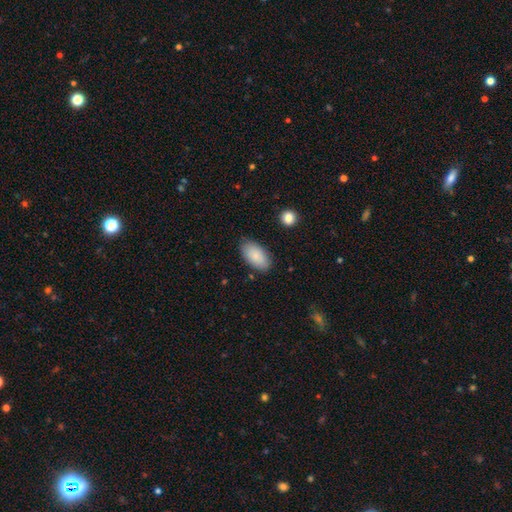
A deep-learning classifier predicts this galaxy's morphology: A smooth galaxy with no disk features (86%) that is in between round and cigar-shaped (95%). Merging: none (84%).